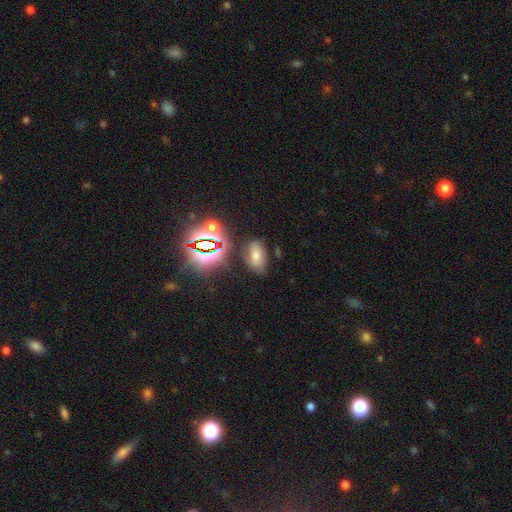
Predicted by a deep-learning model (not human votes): This appears to be a smooth galaxy with no disk features (49%). Merging: none (74%).